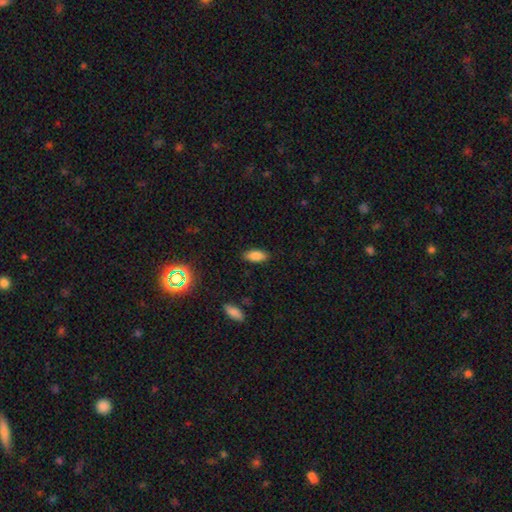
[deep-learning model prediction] Overall: smooth (82%). How rounded: in between (85%). Merging: none (87%).